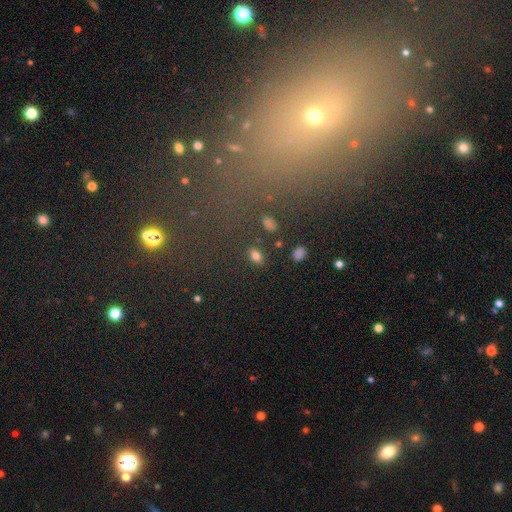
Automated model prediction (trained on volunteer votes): This appears to be a smooth galaxy with no disk features (79%) that is in between round and cigar-shaped (87%). Merging: none (84%).